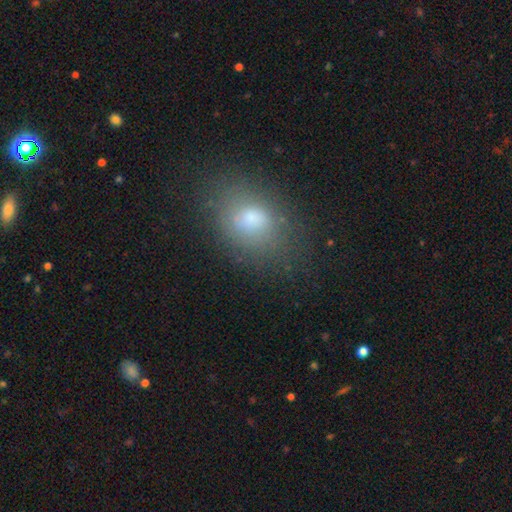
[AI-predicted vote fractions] A smooth galaxy with no disk features (72%) that is in between round and cigar-shaped (73%). Merging: none (80%).